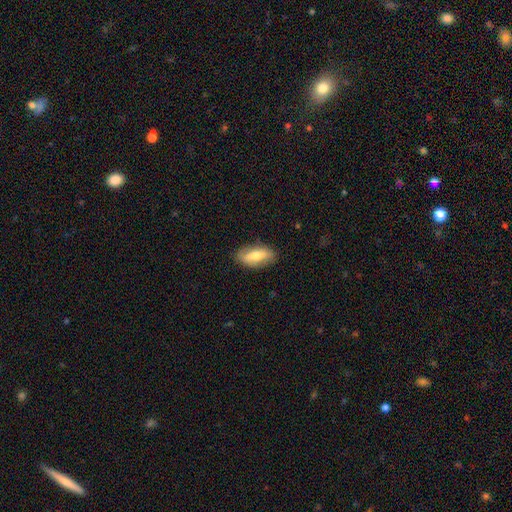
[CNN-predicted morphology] A smooth galaxy with no disk features (62%) that is in between round and cigar-shaped (82%).

Vote fractions:
- Smooth or featured? smooth: 62% / featured or disk: 32% / star or artifact: 6%
- How rounded? in between: 82% / cigar-shaped: 14% / round: 3%
- Merging? none: 82% / minor disturbance: 13% / major disturbance: 3% / merger: 1%